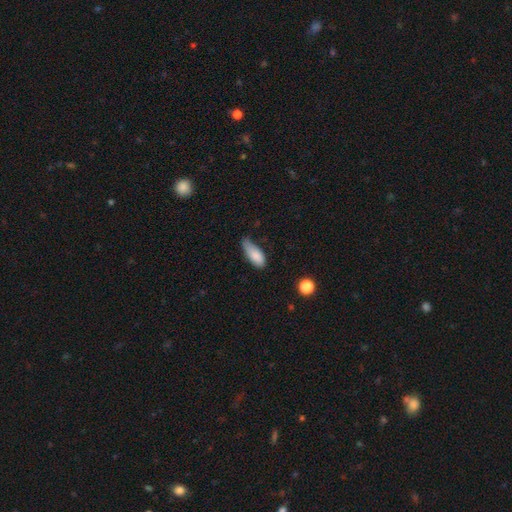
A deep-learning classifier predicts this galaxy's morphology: smooth_or_featured: smooth (p=0.84) [alt: featured or disk p=0.08]
how_rounded: in between (p=0.81) [alt: cigar-shaped p=0.16]
merging: minor disturbance (p=0.47) [alt: none p=0.39]